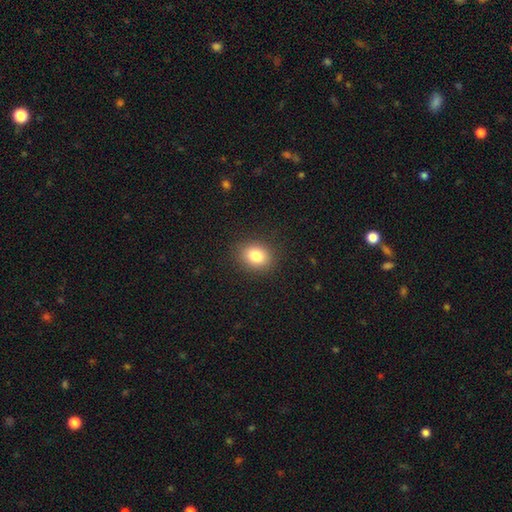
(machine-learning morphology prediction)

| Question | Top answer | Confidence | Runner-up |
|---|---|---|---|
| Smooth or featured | smooth | 83% | star or artifact (10%) |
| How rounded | in between | 51% | round (48%) |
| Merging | none | 89% | minor disturbance (8%) |